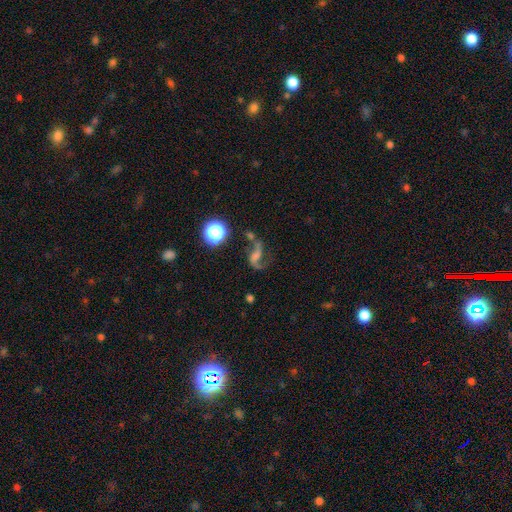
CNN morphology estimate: The model was most divided on "bar": no: 39%, weak: 38%, strong: 23%. Remaining: edge-on disk — no (96%); spiral arms — yes (92%); spiral arm count — 2 (86%); spiral winding — loose (81%); smooth or featured — featured or disk (70%); merging — none (54%); bulge size — none (41%).